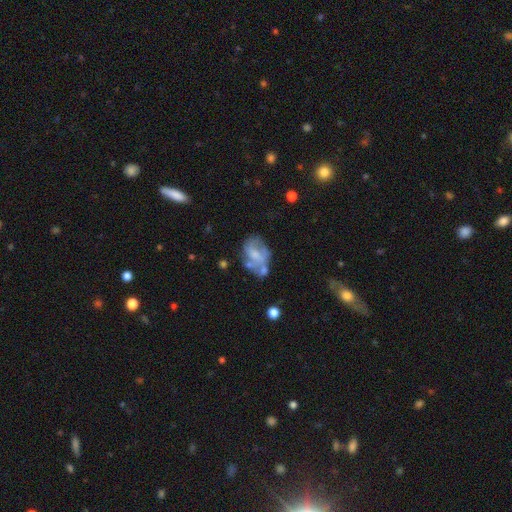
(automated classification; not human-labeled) This is possibly a featured or disk galaxy (52%). It is clearly not viewed edge-on (97%). Bar: likely no (62%). Spiral arm pattern: likely no (65%). Central bulge: marginally moderate (33%). Merging: marginally none (33%).